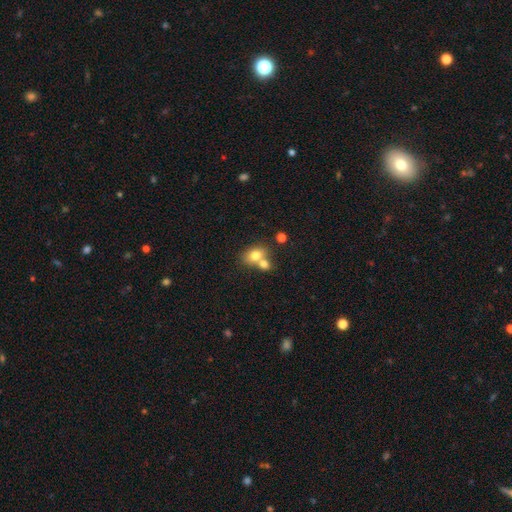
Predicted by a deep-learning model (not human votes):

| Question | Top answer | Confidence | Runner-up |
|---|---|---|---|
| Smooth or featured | smooth | 76% | featured or disk (14%) |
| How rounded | in between | 66% | round (32%) |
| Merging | merger | 53% | none (35%) |